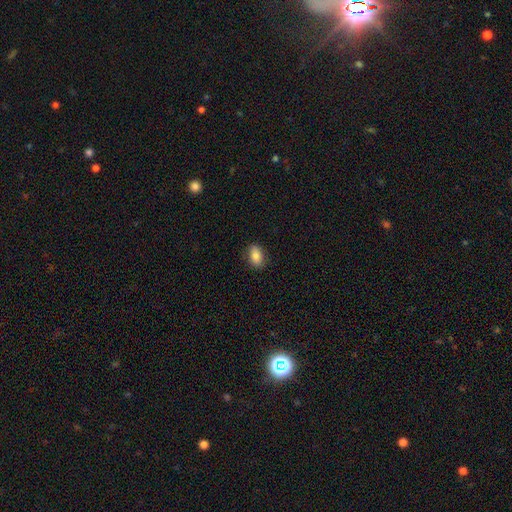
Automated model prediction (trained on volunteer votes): This appears to be a smooth galaxy with no disk features (84%) that is in between round and cigar-shaped (87%). Merging: none (85%).